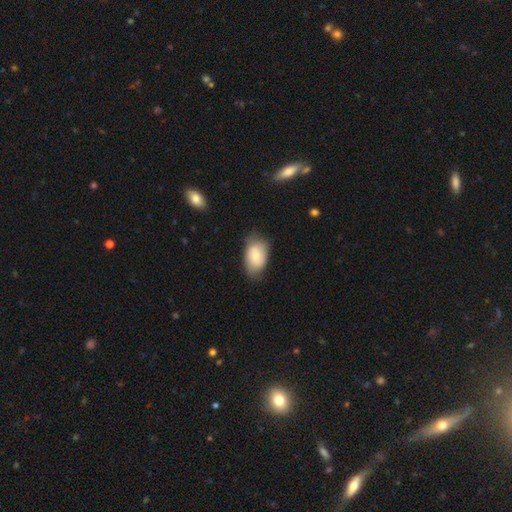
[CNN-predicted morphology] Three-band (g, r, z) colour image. It shows a smooth galaxy with no disk features (78%) that is in between round and cigar-shaped (90%). Merging: none (71%).